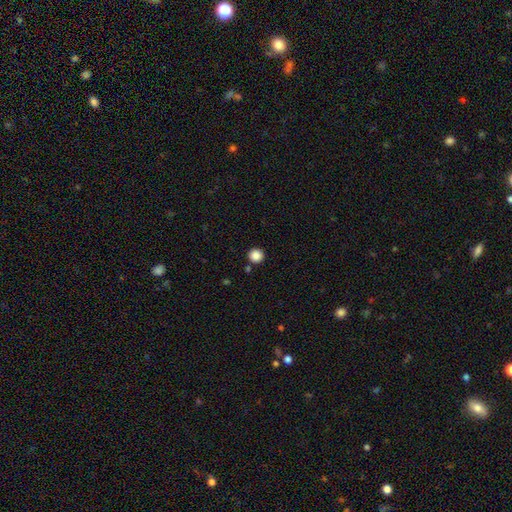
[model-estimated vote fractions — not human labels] Smooth or featured: smooth — 87% (star or artifact — 10%)
How rounded: round — 94% (in between — 5%)
Merging: none — 89% (minor disturbance — 5%)